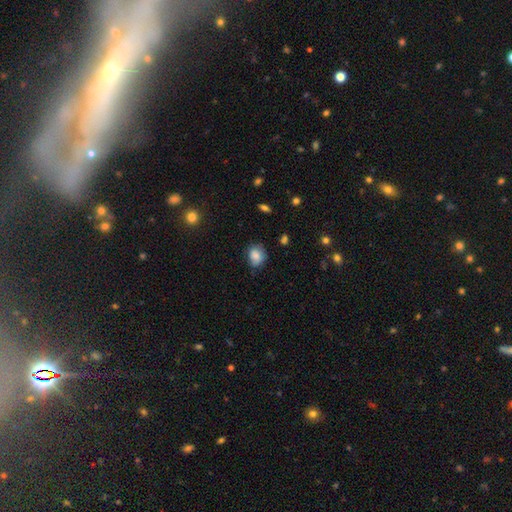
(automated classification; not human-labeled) Smooth or featured: smooth — 80% (featured or disk — 11%)
How rounded: round — 61% (in between — 38%)
Merging: none — 63% (minor disturbance — 29%)